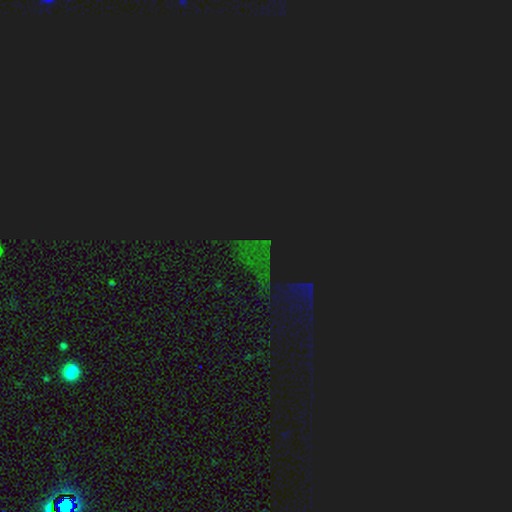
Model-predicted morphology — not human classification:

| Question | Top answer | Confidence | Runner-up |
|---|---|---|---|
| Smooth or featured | star or artifact | 80% | smooth (12%) |